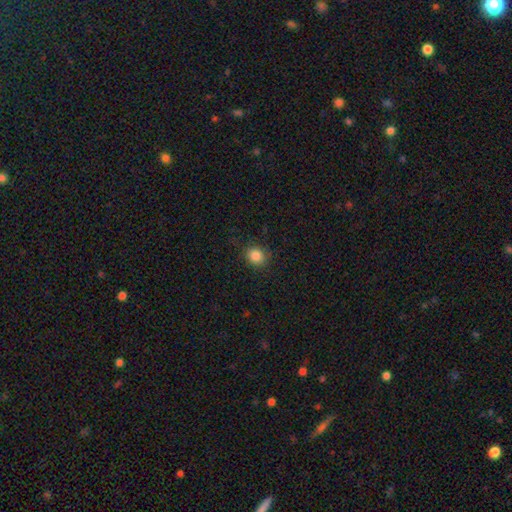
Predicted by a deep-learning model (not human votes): Smooth or featured?
  - smooth: 85% *
  - star or artifact: 10%
  - featured or disk: 4%
How rounded?
  - round: 81% *
  - in between: 19%
  - cigar-shaped: 1%
Merging?
  - none: 86% *
  - minor disturbance: 10%
  - major disturbance: 3%
  - merger: 1%